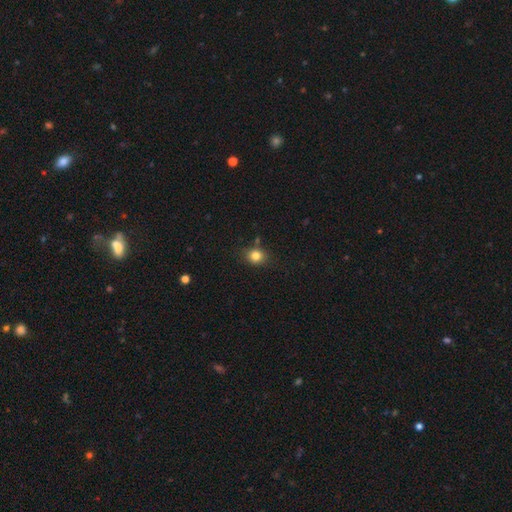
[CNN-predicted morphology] This appears to be a smooth galaxy with no disk features (82%) that is round (66%). Merging: none (80%).